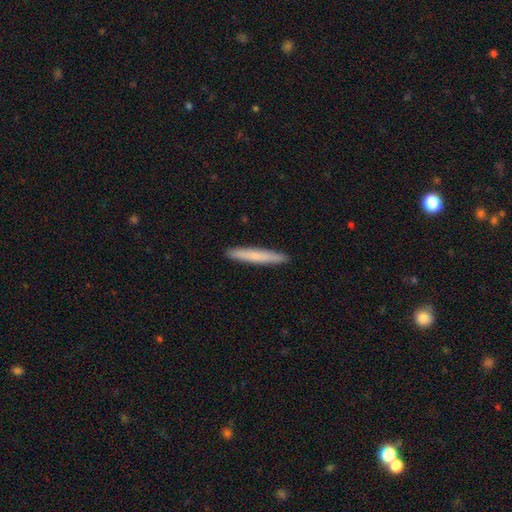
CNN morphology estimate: smooth_or_featured: smooth (p=0.71) [alt: featured or disk p=0.23]
how_rounded: cigar-shaped (p=0.96) [alt: in between p=0.03]
merging: none (p=0.93) [alt: minor disturbance p=0.05]